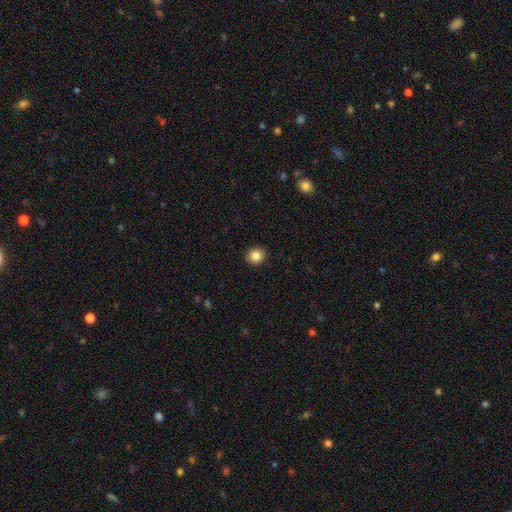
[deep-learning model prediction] Smooth or featured? Predicted: smooth (p=0.84). How rounded? Predicted: round (p=0.82). Merging? Predicted: none (p=0.92).